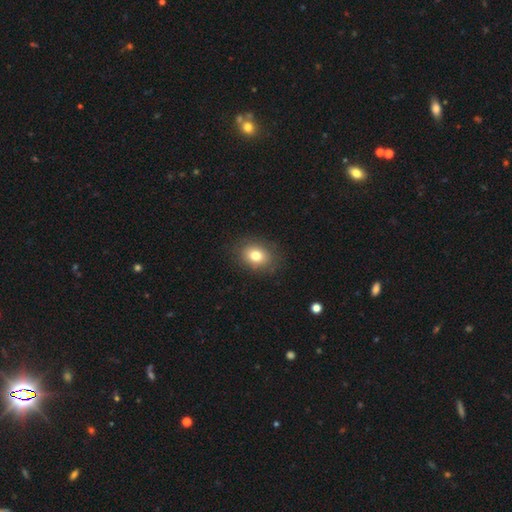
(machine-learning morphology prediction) Smooth or featured? Predicted: smooth (p=0.79). How rounded? Predicted: in between (p=0.57). Merging? Predicted: none (p=0.86).